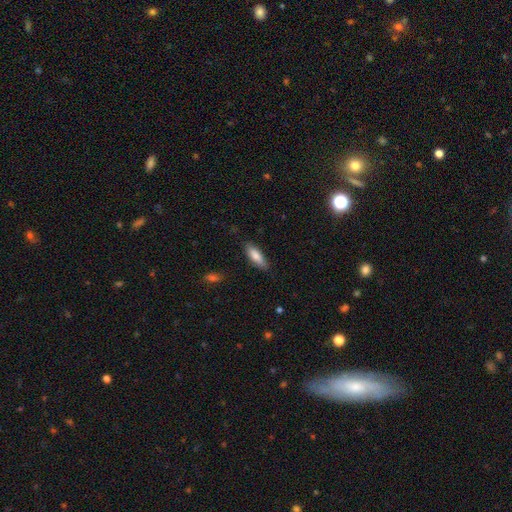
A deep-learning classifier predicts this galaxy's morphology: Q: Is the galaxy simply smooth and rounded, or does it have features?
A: smooth — 80%.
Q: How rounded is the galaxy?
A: in between — 56%.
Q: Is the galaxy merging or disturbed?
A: none — 81%.